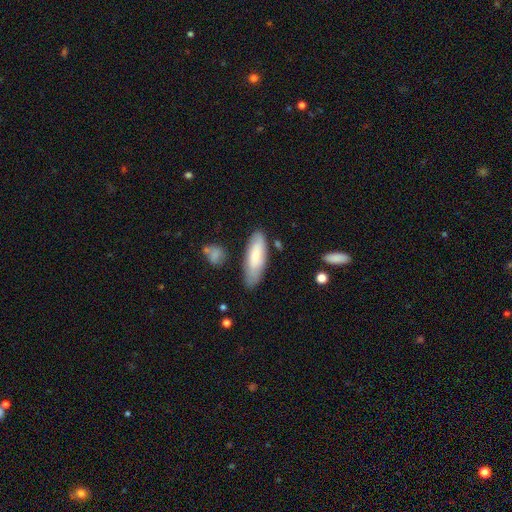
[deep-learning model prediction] The model was most divided on "how rounded": in between: 60%, cigar-shaped: 38%, round: 2%. More confident: merging — none (73%); smooth or featured — smooth (69%).